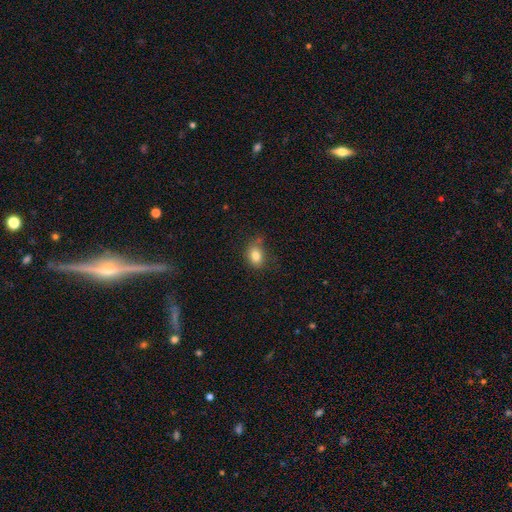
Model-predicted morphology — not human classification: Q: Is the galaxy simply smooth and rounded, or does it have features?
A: smooth — 82%.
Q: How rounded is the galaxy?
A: in between — 62%.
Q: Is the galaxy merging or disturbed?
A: none — 61%.